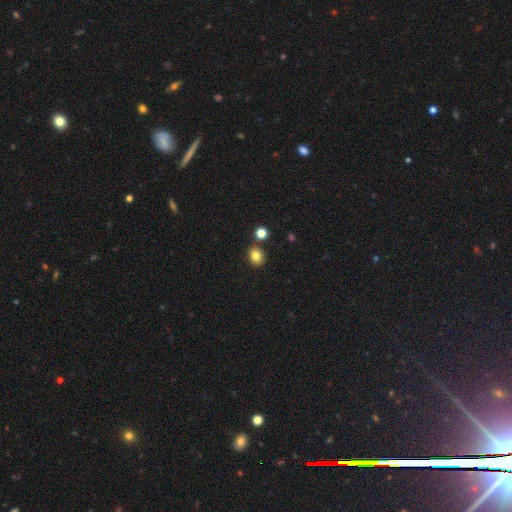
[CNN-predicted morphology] This appears to be a smooth galaxy with no disk features (82%) that is round (53%). Merging: none (80%).